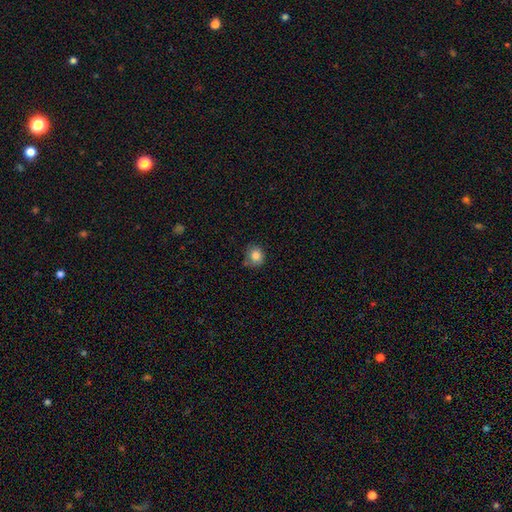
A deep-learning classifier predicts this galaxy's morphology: Overall: smooth (84%). How rounded: round (81%). Merging: none (68%).